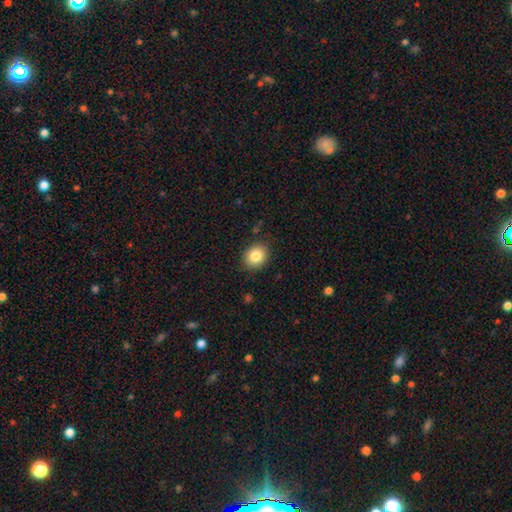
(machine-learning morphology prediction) Overall: smooth (83%). How rounded: round (66%; in between 34%). Merging: none (87%).